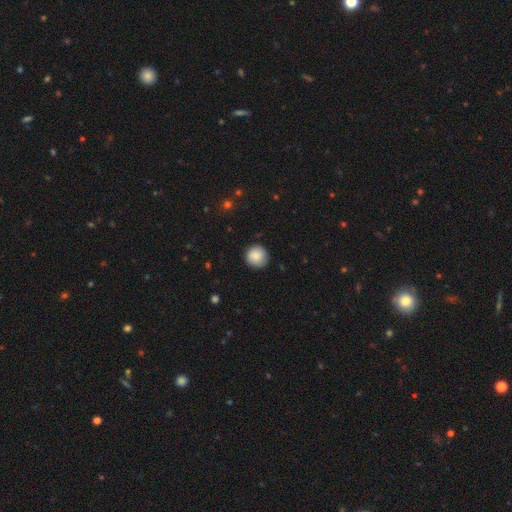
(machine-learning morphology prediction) A smooth galaxy with no disk features (87%) that is round (95%).

Vote fractions:
- Smooth or featured? smooth: 87% / star or artifact: 8% / featured or disk: 5%
- How rounded? round: 95% / in between: 4% / cigar-shaped: 1%
- Merging? none: 89% / minor disturbance: 8% / major disturbance: 2% / merger: 1%